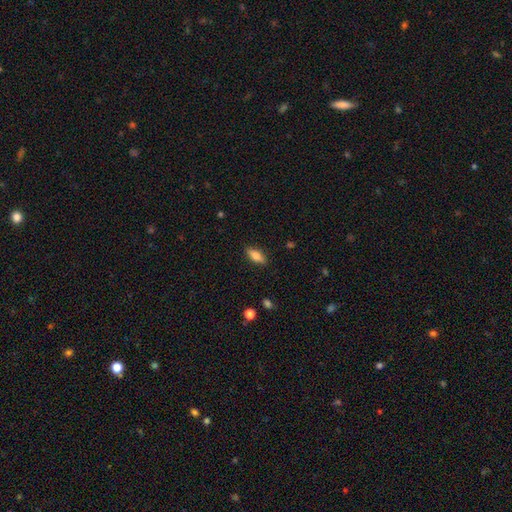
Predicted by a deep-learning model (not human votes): Smooth or featured? Predicted: smooth (p=0.74). How rounded? Predicted: in between (p=0.71). Merging? Predicted: none (p=0.87).